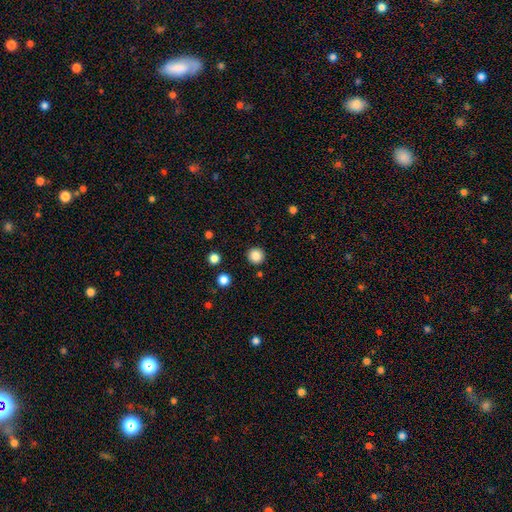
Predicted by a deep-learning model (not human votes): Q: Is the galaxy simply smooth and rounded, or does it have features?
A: smooth — 85%.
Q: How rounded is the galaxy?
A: round — 95%.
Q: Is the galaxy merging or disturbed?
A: none — 91%.